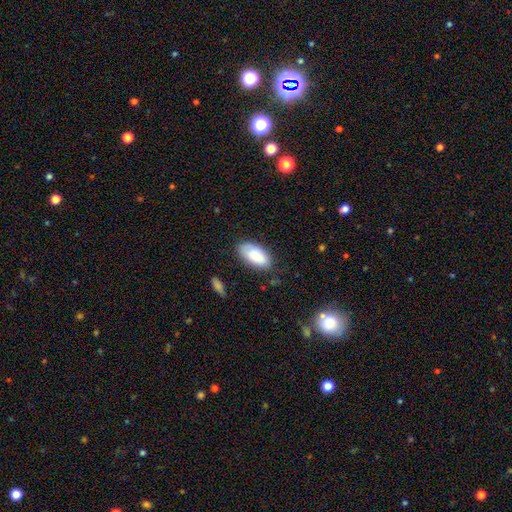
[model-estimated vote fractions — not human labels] A smooth galaxy with no disk features (87%) that is in between round and cigar-shaped (94%). Merging: none (75%).